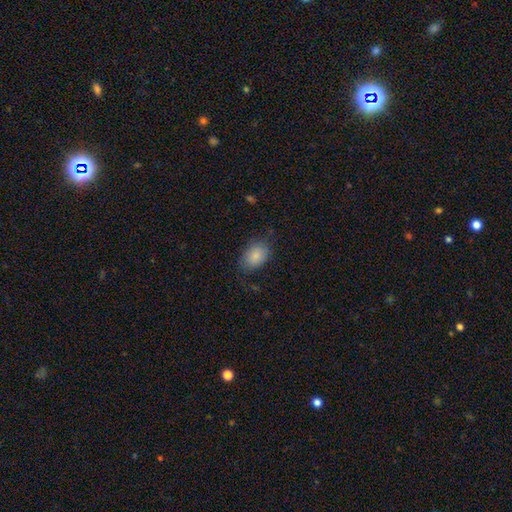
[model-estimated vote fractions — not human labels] Q: Smooth or featured?
A: smooth (85%); runner-up: star or artifact (8%)
Q: How rounded?
A: in between (79%); runner-up: round (20%)
Q: Merging?
A: none (71%); runner-up: minor disturbance (21%)